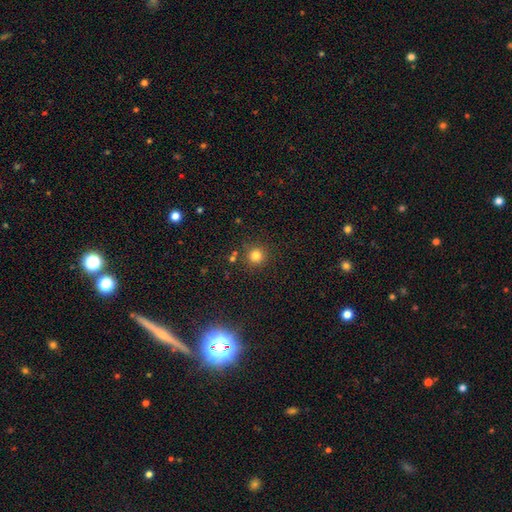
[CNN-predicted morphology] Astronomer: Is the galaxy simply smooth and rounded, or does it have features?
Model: smooth — 80%.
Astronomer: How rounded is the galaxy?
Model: round — 94%.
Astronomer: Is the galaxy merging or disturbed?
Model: none — 86%.